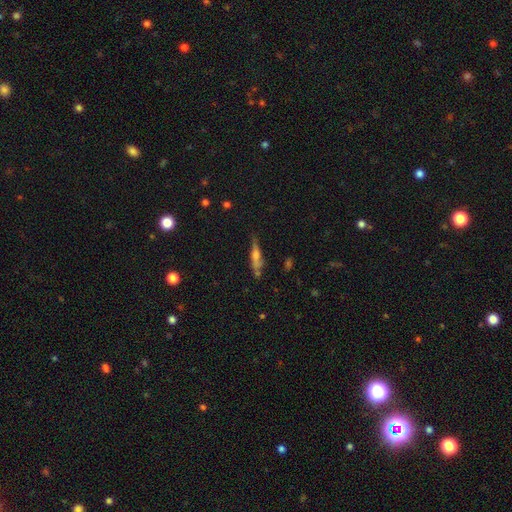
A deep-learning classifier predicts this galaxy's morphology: A featured or disk galaxy (48%). Merging: none (64%).